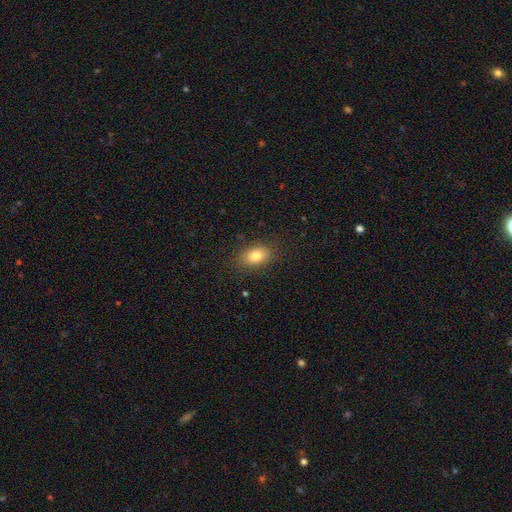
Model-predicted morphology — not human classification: smooth_or_featured: smooth (p=0.81) [alt: featured or disk p=0.10]
how_rounded: in between (p=0.84) [alt: round p=0.14]
merging: none (p=0.86) [alt: minor disturbance p=0.10]